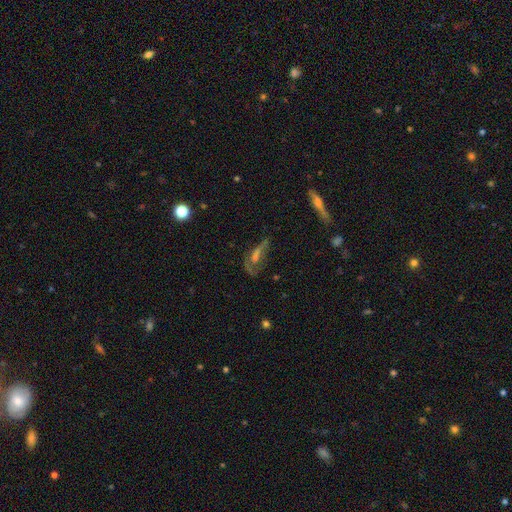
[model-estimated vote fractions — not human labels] This is possibly a featured or disk galaxy (56%). It is likely not viewed edge-on (68%). Merging: marginally none (43%).